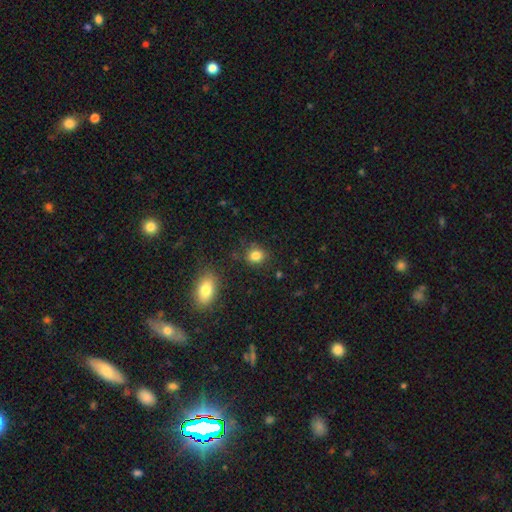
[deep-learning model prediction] The model was most divided on "how rounded": round: 64%, in between: 35%, cigar-shaped: 1%. More confident: smooth or featured — smooth (84%); merging — none (81%).